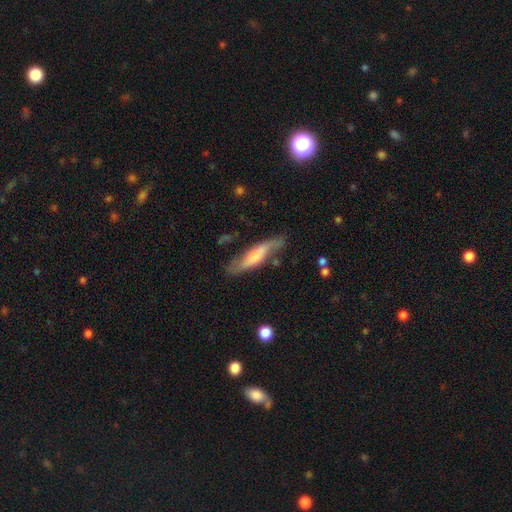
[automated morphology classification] Q: Smooth or featured?
A: smooth (48%); runner-up: featured or disk (46%)
Q: Merging?
A: none (64%); runner-up: minor disturbance (24%)